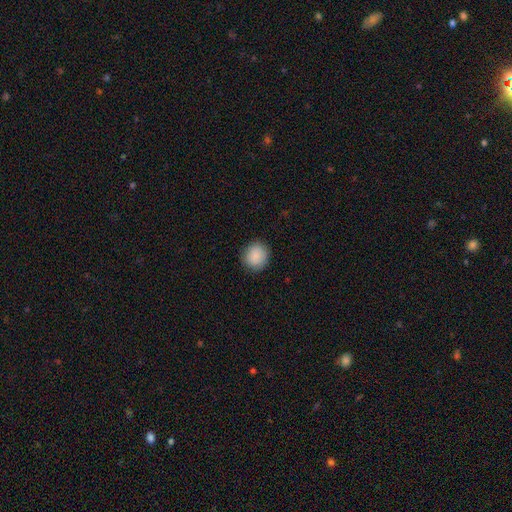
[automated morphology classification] This appears to be a smooth galaxy with no disk features (89%) that is round (86%). Merging: none (88%).